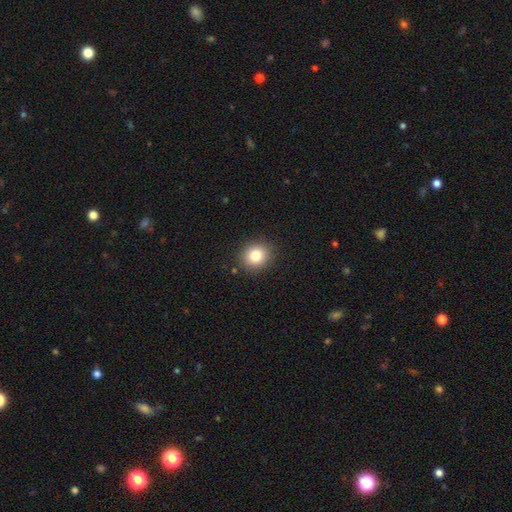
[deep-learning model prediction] A smooth galaxy with no disk features (82%) that is round (84%). Merging: none (89%).